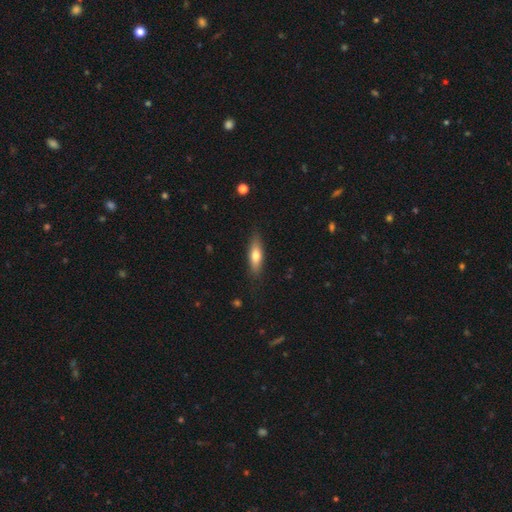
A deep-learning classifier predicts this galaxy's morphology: Smooth or featured? smooth (67%)
How rounded? cigar-shaped (49%)
Merging? none (83%)